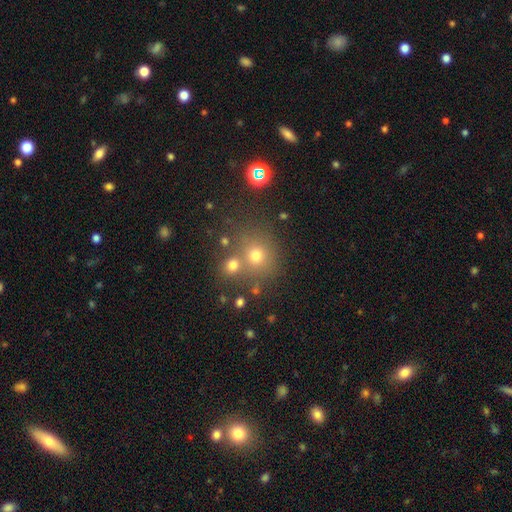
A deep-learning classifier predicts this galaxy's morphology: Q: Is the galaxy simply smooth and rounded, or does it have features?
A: smooth — 66%.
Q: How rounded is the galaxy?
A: round — 83%.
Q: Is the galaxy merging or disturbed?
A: none — 59%.